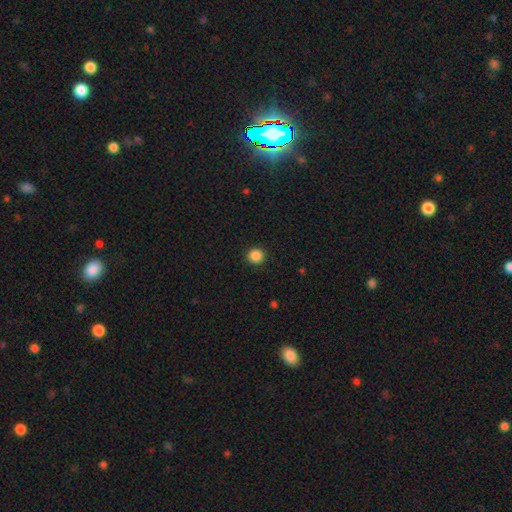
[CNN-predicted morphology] A smooth galaxy with no disk features (87%) that is round (95%).

Vote fractions:
- Smooth or featured? smooth: 87% / star or artifact: 11% / featured or disk: 3%
- How rounded? round: 95% / in between: 4% / cigar-shaped: 1%
- Merging? none: 93% / minor disturbance: 4% / major disturbance: 2% / merger: 1%